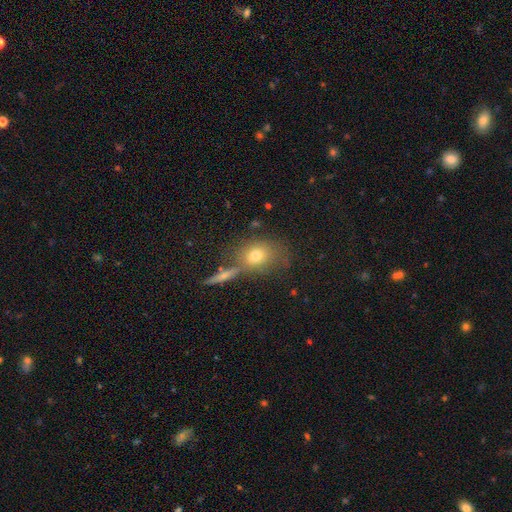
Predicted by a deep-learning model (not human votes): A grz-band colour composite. It shows a smooth galaxy with no disk features (69%) that is round (50%). Merging: none (57%).